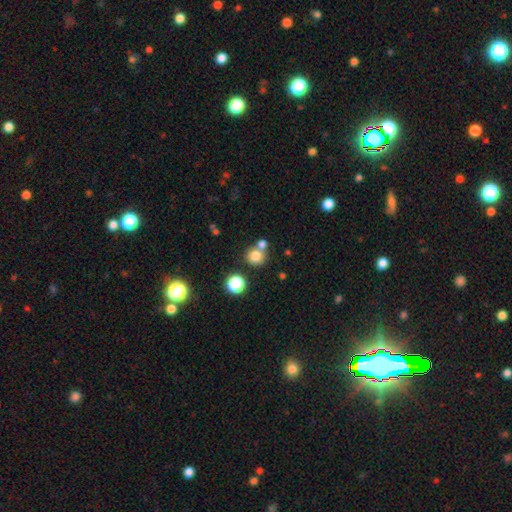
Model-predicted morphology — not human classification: Smooth or featured?
  - smooth: 78% *
  - star or artifact: 14%
  - featured or disk: 8%
How rounded?
  - round: 89% *
  - in between: 10%
  - cigar-shaped: 1%
Merging?
  - none: 62% *
  - merger: 26%
  - minor disturbance: 8%
  - major disturbance: 3%